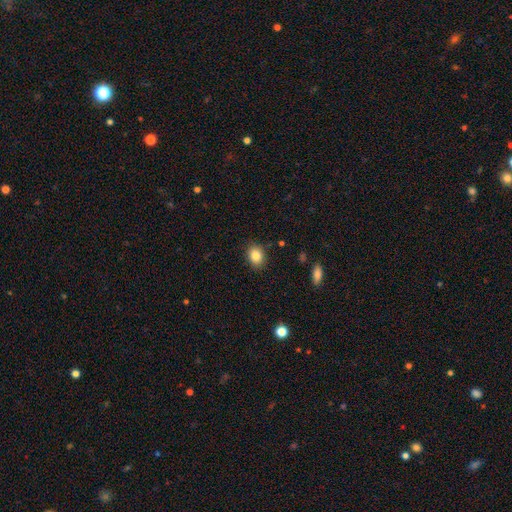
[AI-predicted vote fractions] smooth 85%, star or artifact 9%, featured or disk 6%. Down the decision tree: how rounded — in between (63%); merging — none (86%).